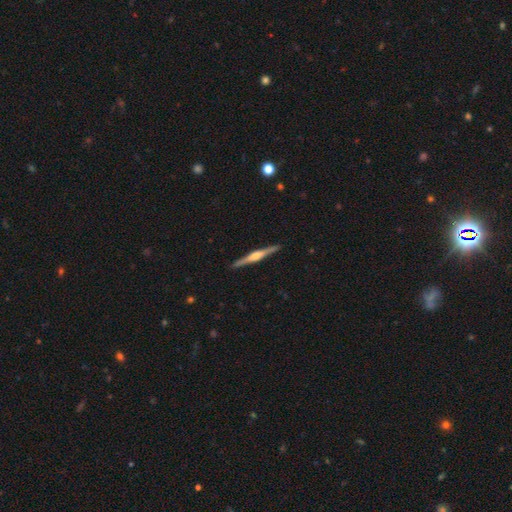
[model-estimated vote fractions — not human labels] Smooth or featured?
  - featured or disk: 79% *
  - smooth: 16%
  - star or artifact: 5%
Edge-on disk?
  - yes: 98% *
  - no: 2%
Edge-on bulge?
  - rounded: 76% *
  - boxy: 18%
  - none: 6%
Merging?
  - none: 92% *
  - minor disturbance: 6%
  - major disturbance: 1%
  - merger: 1%